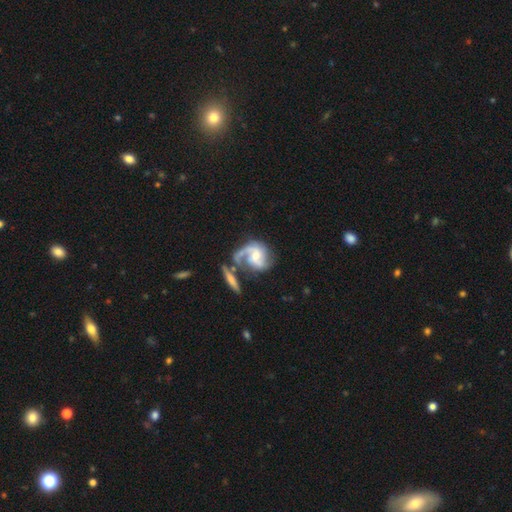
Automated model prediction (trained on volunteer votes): Morphology: type=featured or disk (82%); edge-on=no (97%); bar=no (46%); spiral arms=yes (94%); winding=medium (46%); arm count=2 (61%); bulge=small (46%); merging=none (38%).